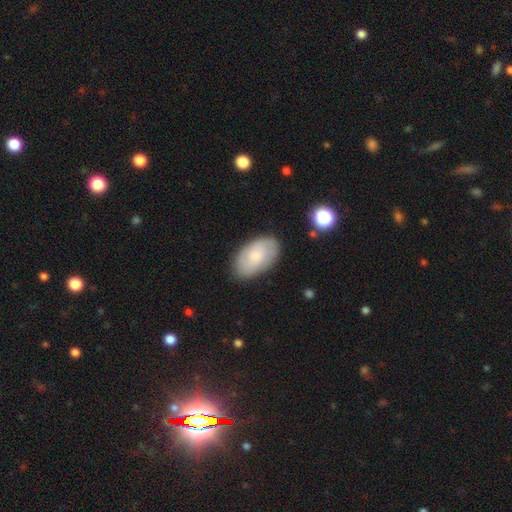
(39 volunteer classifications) Overall: featured or disk (59%; smooth 38%). Edge-on disk: no (91%). Bar: no (57%; weak 38%). Spiral arms: yes (95%). Spiral arm count: 2 (45%; can't tell 35%). Spiral winding: tight (55%; loose 25%). Bulge size: small (71%). Merging: none (76%).